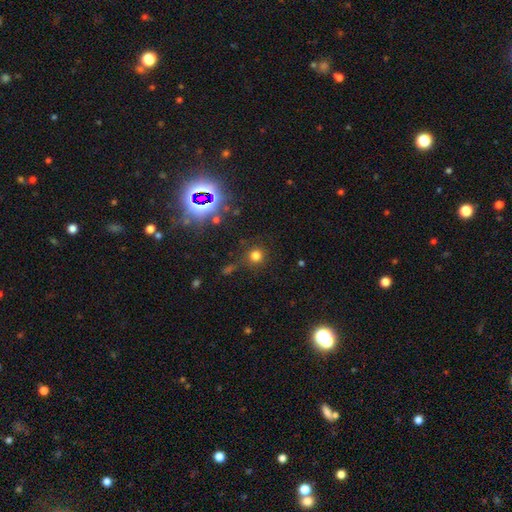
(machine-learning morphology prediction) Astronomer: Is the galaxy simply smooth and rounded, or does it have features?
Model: smooth — 73%.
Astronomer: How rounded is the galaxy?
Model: round — 93%.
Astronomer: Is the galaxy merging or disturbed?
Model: none — 82%.